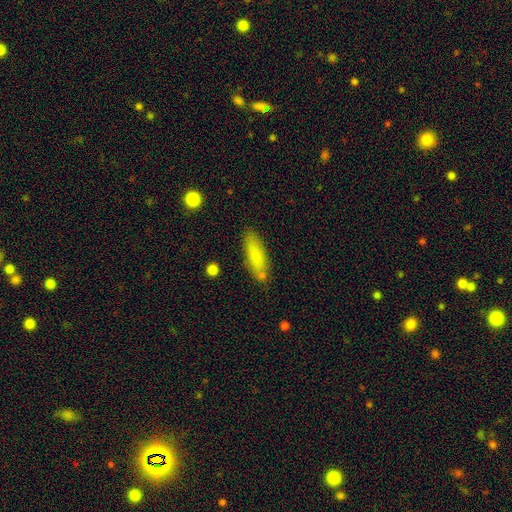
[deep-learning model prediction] smooth_or_featured: smooth (p=0.82) [alt: featured or disk p=0.11]
how_rounded: cigar-shaped (p=0.50) [alt: in between p=0.48]
merging: none (p=0.75) [alt: minor disturbance p=0.15]